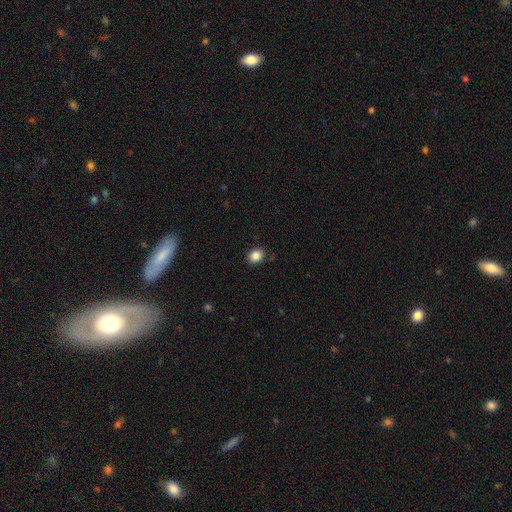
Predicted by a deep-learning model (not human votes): Morphology: type=smooth (86%); roundness=in between (51%); merging=none (86%).